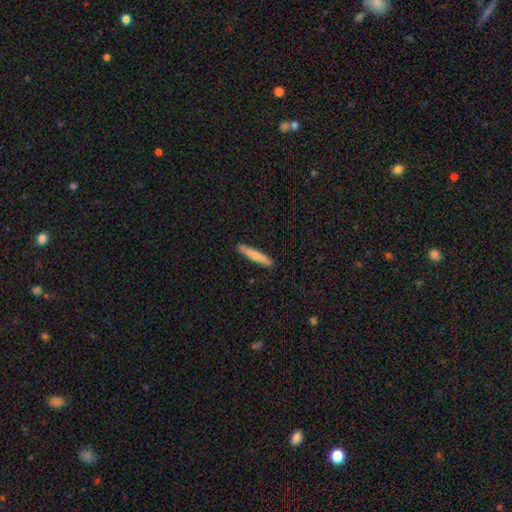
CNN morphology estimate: smooth_or_featured: smooth (p=0.77) [alt: featured or disk p=0.17]
how_rounded: cigar-shaped (p=0.94) [alt: in between p=0.05]
merging: none (p=0.90) [alt: minor disturbance p=0.08]